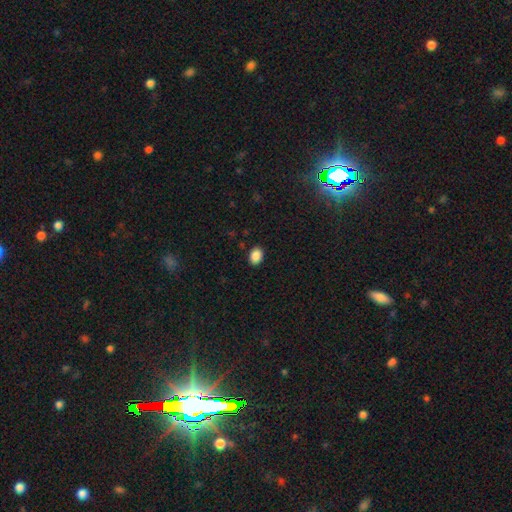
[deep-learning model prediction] This is clearly a smooth galaxy (88%). How rounded: likely in between (73%). Merging: clearly none (89%).